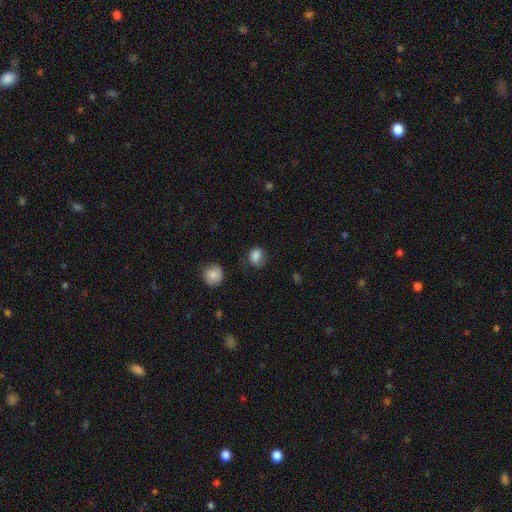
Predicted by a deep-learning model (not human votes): Smooth or featured? smooth (84%)
How rounded? round (61%)
Merging? none (63%)